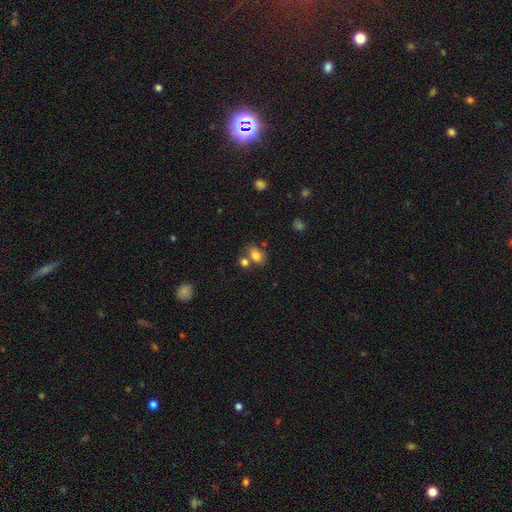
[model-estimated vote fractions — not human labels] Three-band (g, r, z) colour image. It shows a smooth galaxy with no disk features (81%) that is in between round and cigar-shaped (69%). Merging: none (57%).